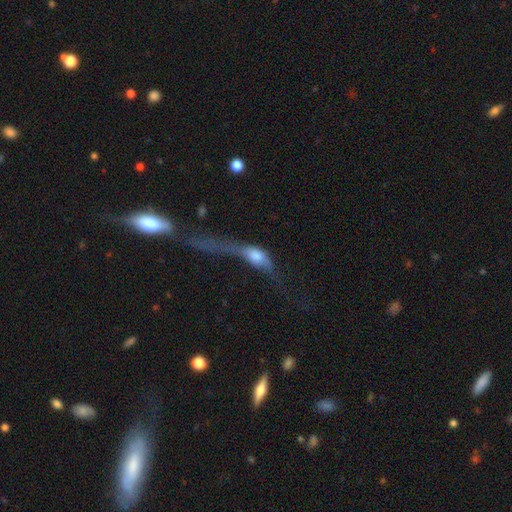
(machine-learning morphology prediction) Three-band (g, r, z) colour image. It shows a smooth galaxy with no disk features (51%) that is in between round and cigar-shaped (60%). Merging: major disturbance (55%).